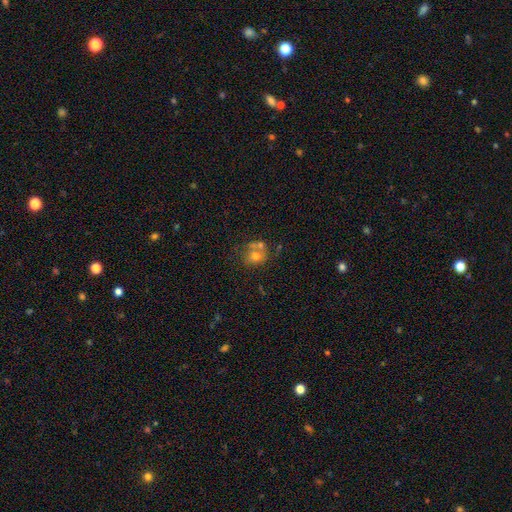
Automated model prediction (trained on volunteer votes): Smooth or featured?
  - smooth: 62% *
  - featured or disk: 25%
  - star or artifact: 13%
How rounded?
  - round: 63% *
  - in between: 36%
  - cigar-shaped: 1%
Merging?
  - merger: 42% *
  - none: 37%
  - minor disturbance: 13%
  - major disturbance: 8%